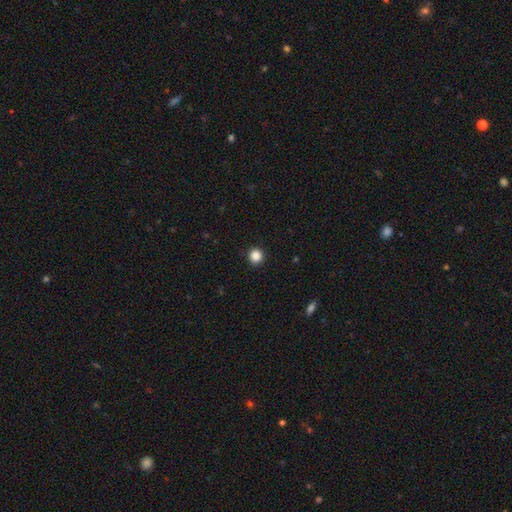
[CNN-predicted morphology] smooth-or-featured: smooth: 86% | star or artifact: 11% | featured or disk: 3%
  how-rounded: round: 92% | in between: 7% | cigar-shaped: 1%
  merging: none: 92% | minor disturbance: 6% | major disturbance: 2% | merger: 1%